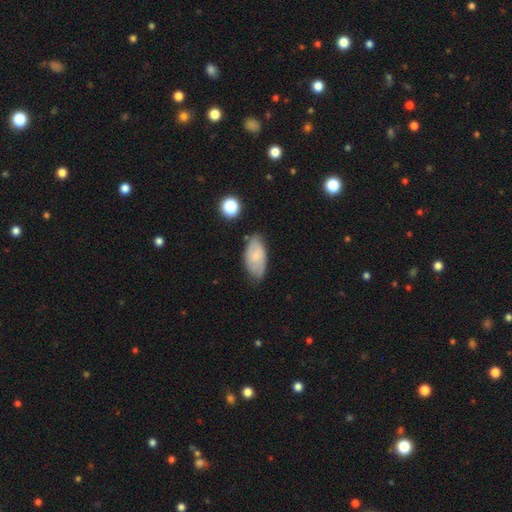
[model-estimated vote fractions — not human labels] smooth_or_featured: smooth (p=0.54) [alt: featured or disk p=0.38]
how_rounded: in between (p=0.93) [alt: cigar-shaped p=0.04]
merging: none (p=0.67) [alt: minor disturbance p=0.25]